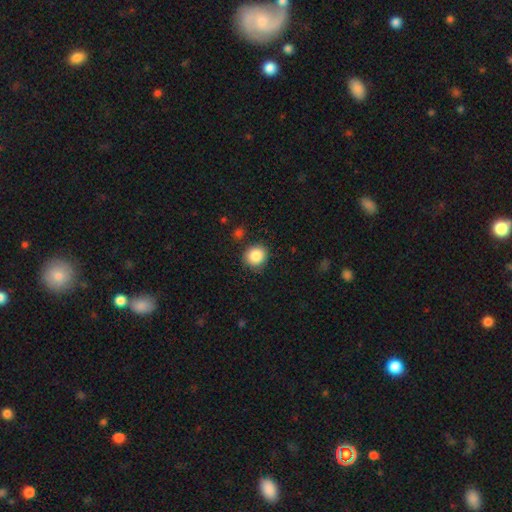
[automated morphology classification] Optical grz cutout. It shows a smooth galaxy with no disk features (87%) that is round (87%). Merging: none (85%).